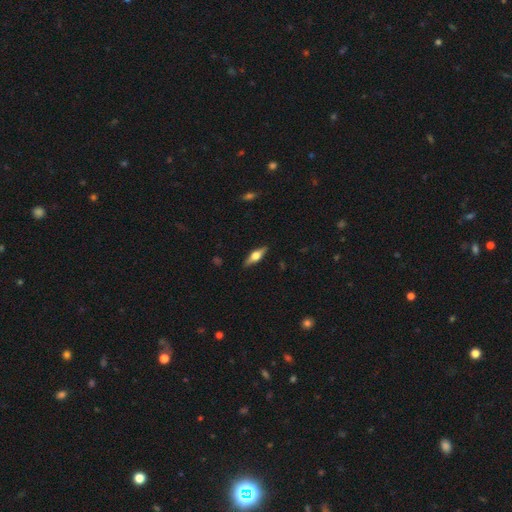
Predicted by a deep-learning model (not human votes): Smooth or featured? featured or disk (59%)
Edge-on disk? yes (95%)
Edge-on bulge? rounded (93%)
Merging? none (89%)